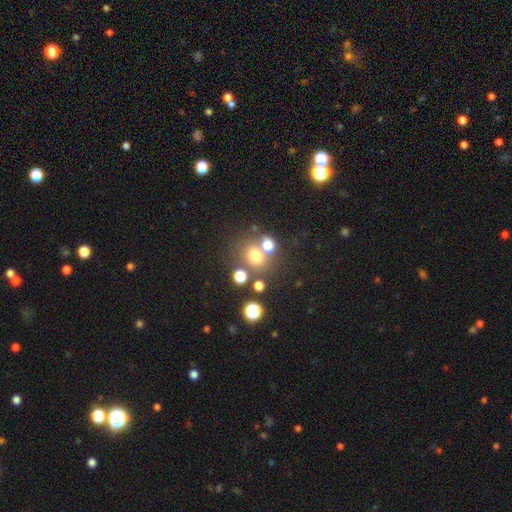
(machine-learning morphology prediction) Overall: smooth (68%). How rounded: round (68%; in between 31%). Merging: none (57%; merger 28%).